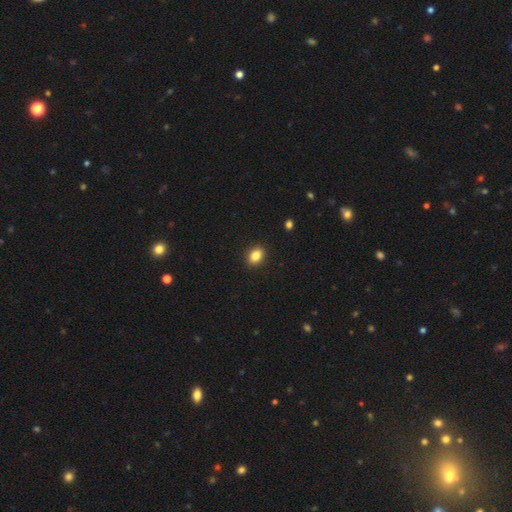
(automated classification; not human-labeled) Smooth or featured: smooth — 86% (star or artifact — 9%)
How rounded: in between — 73% (round — 26%)
Merging: none — 91% (minor disturbance — 7%)